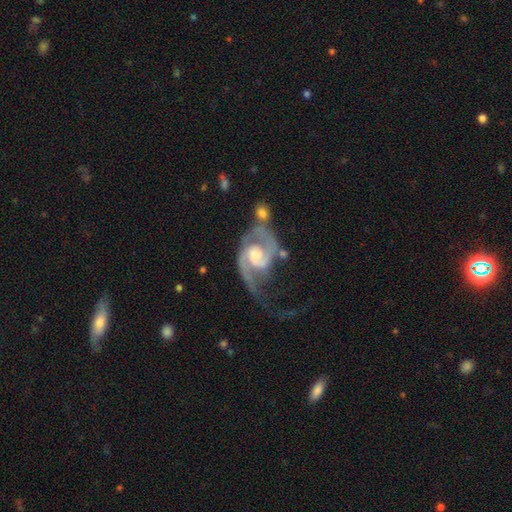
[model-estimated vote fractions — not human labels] Q: Smooth or featured?
A: featured or disk (91%); runner-up: smooth (5%)
Q: Edge-on disk?
A: no (98%); runner-up: yes (2%)
Q: Bar?
A: no (55%); runner-up: weak (36%)
Q: Spiral arms?
A: yes (97%); runner-up: no (3%)
Q: Spiral winding?
A: medium (50%); runner-up: tight (31%)
Q: Spiral arm count?
A: 2 (86%); runner-up: can't tell (4%)
Q: Bulge size?
A: moderate (61%); runner-up: small (25%)
Q: Merging?
A: none (38%); runner-up: major disturbance (25%)